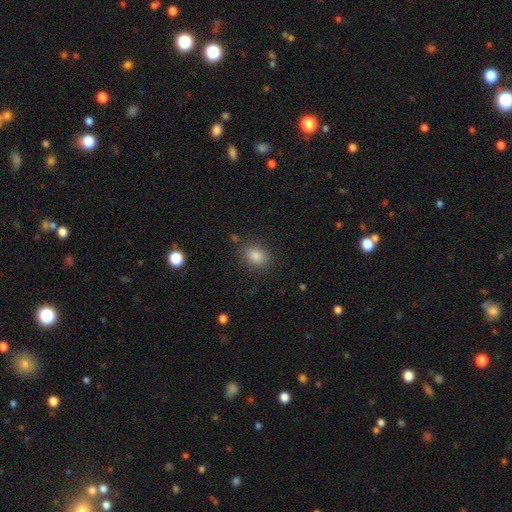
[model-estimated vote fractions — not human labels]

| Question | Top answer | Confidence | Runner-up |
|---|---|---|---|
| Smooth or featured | smooth | 84% | star or artifact (11%) |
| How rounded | in between | 70% | round (29%) |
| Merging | none | 84% | minor disturbance (10%) |